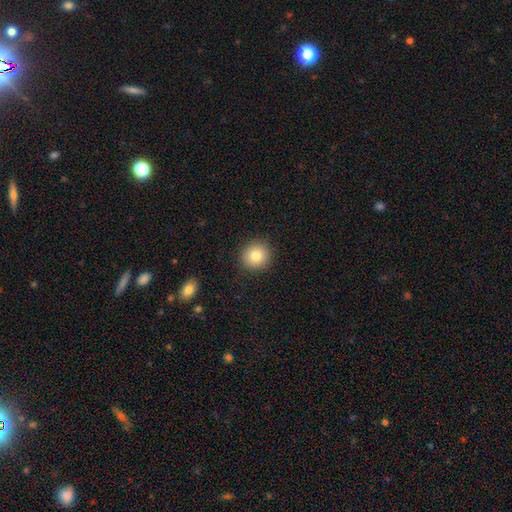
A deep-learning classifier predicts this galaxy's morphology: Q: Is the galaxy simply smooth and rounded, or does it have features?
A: smooth — 81%.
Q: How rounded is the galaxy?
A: round — 91%.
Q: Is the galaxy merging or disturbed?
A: none — 91%.